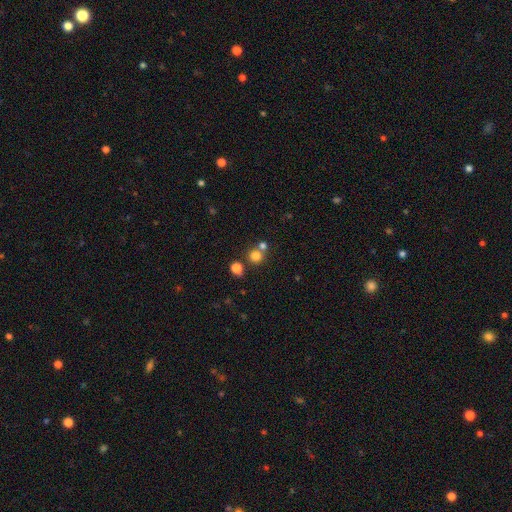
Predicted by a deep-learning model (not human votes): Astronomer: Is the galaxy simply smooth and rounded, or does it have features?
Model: smooth — 77%.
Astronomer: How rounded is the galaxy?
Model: round — 90%.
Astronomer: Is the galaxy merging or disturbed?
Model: none — 62%.